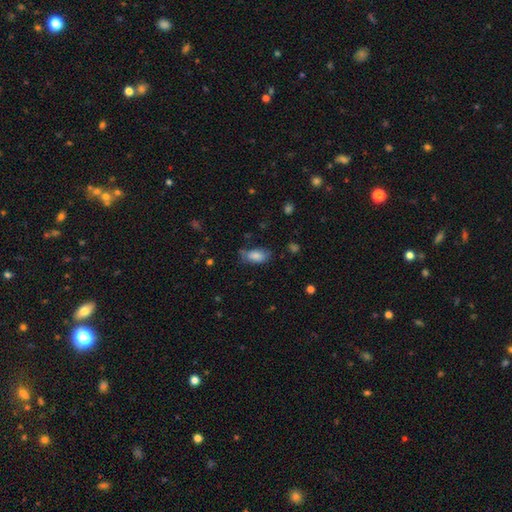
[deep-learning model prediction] This is clearly a smooth galaxy (82%). How rounded: clearly in between (91%). Merging: possibly none (60%).